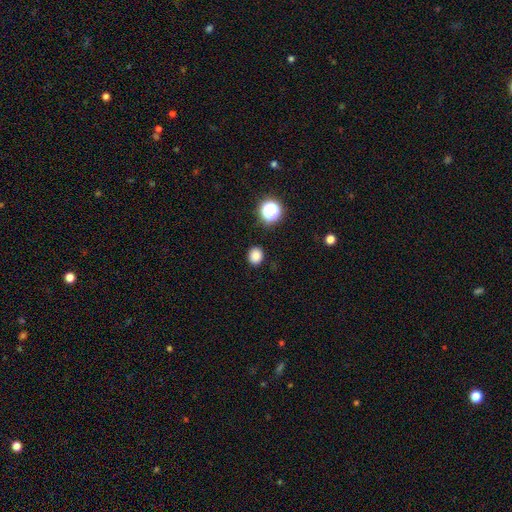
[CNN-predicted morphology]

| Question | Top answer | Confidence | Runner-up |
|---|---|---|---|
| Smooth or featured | smooth | 84% | star or artifact (13%) |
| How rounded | round | 65% | in between (34%) |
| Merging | none | 89% | minor disturbance (7%) |